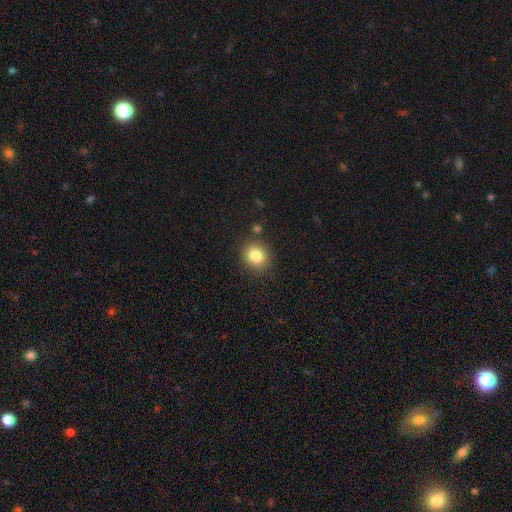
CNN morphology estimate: type=smooth (83%); roundness=round (77%); merging=none (85%).